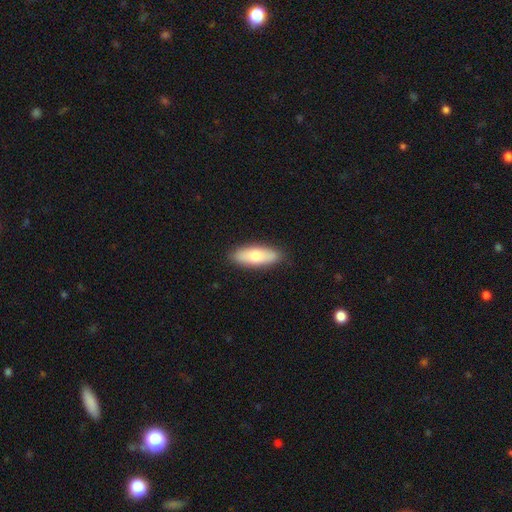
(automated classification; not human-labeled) Smooth or featured? smooth (73%)
How rounded? in between (70%)
Merging? none (88%)